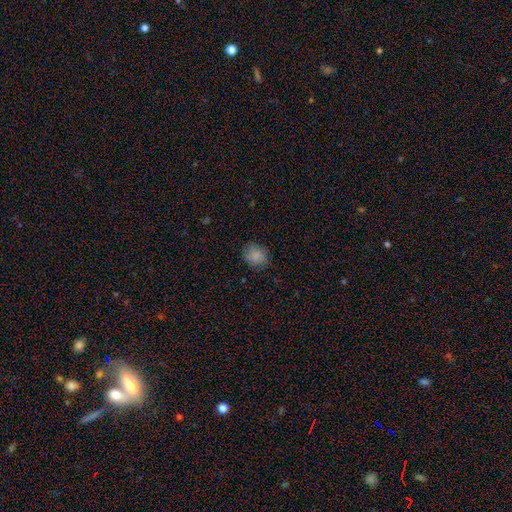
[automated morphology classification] Overall: smooth (84%). How rounded: round (68%; in between 31%). Merging: none (80%).